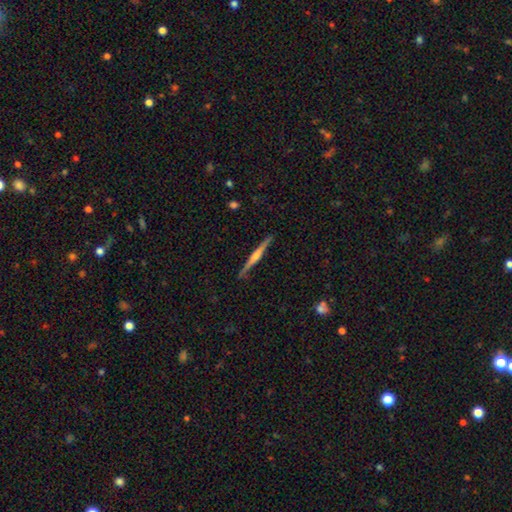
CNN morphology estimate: featured or disk 69%, smooth 25%, star or artifact 6%. Down the decision tree: edge-on disk — yes (98%); edge-on bulge — rounded (65%); merging — none (88%).